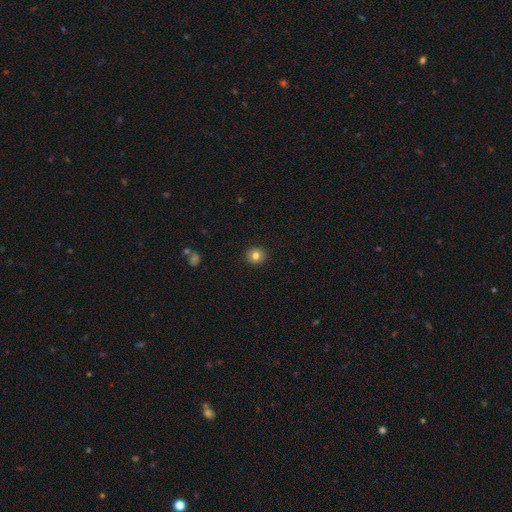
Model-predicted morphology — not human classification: smooth-or-featured: smooth: 81% | star or artifact: 11% | featured or disk: 9%
  how-rounded: round: 91% | in between: 8% | cigar-shaped: 1%
  merging: none: 92% | minor disturbance: 5% | major disturbance: 2% | merger: 1%